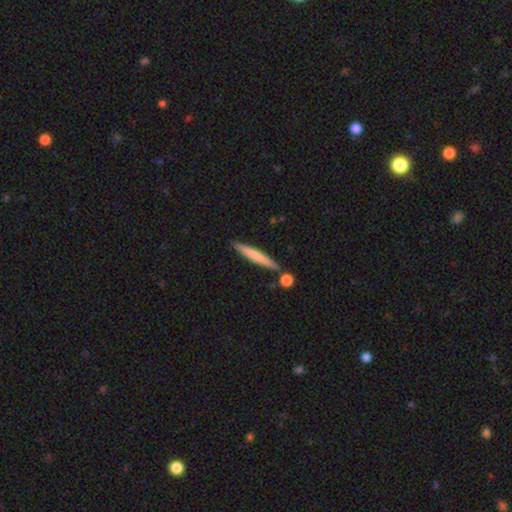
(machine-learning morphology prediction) smooth 64%, featured or disk 31%, star or artifact 5%. Down the decision tree: how rounded — cigar-shaped (95%); merging — none (82%).